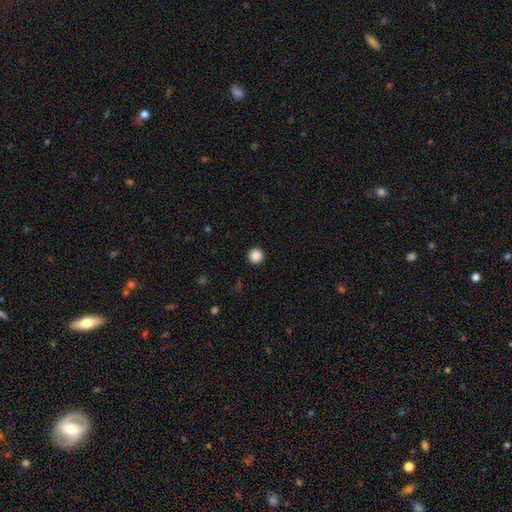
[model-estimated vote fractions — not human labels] smooth_or_featured: smooth (p=0.87) [alt: star or artifact p=0.10]
how_rounded: round (p=0.96) [alt: in between p=0.03]
merging: none (p=0.93) [alt: minor disturbance p=0.04]